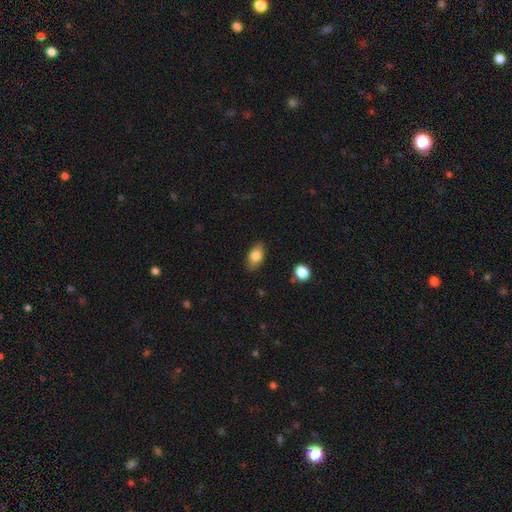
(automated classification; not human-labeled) This appears to be a smooth galaxy with no disk features (82%) that is in between round and cigar-shaped (89%). Merging: none (85%).